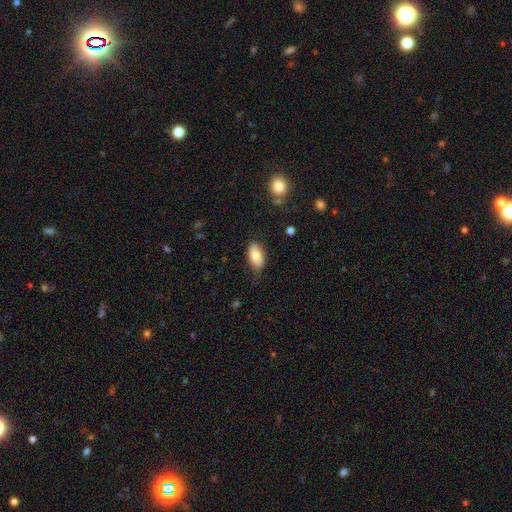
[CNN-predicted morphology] Overall: smooth (80%). How rounded: in between (92%). Merging: none (80%).